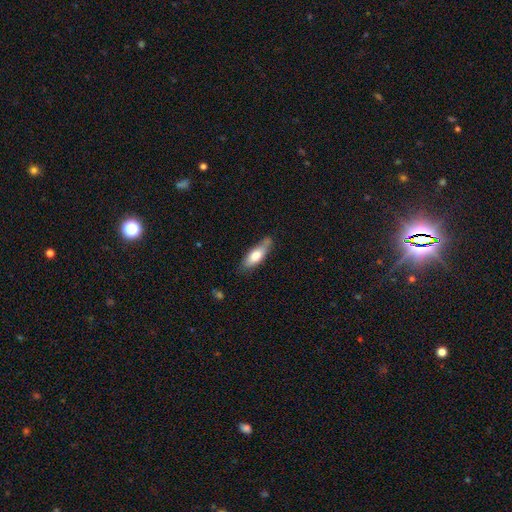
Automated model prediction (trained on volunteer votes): The model was most divided on "how rounded": in between: 60%, cigar-shaped: 38%, round: 2%. More confident: smooth or featured — smooth (70%); merging — none (66%).